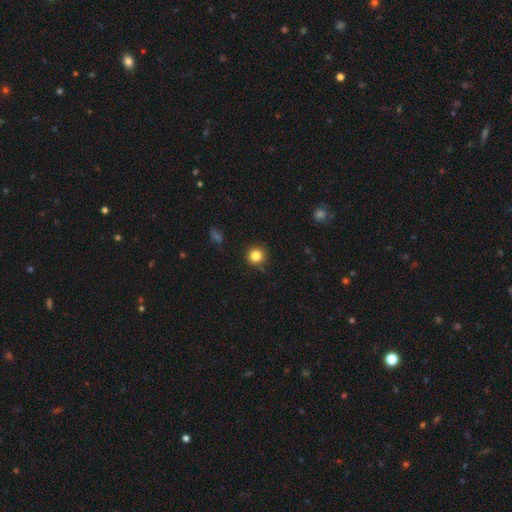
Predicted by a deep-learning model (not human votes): A smooth galaxy with no disk features (84%) that is round (91%).

Vote fractions:
- Smooth or featured? smooth: 84% / star or artifact: 12% / featured or disk: 4%
- How rounded? round: 91% / in between: 8% / cigar-shaped: 1%
- Merging? none: 86% / minor disturbance: 10% / major disturbance: 2% / merger: 1%